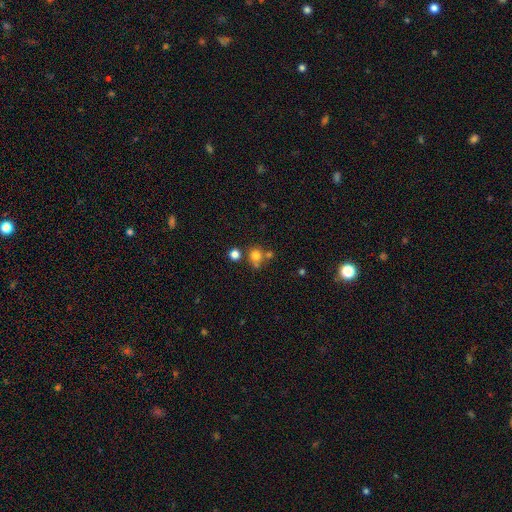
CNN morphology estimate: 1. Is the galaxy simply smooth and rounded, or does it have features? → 74% smooth, 16% star or artifact, 10% featured or disk.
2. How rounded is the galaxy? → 87% round, 12% in between, 1% cigar-shaped.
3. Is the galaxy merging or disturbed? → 57% none, 28% merger, 10% minor disturbance, 5% major disturbance.